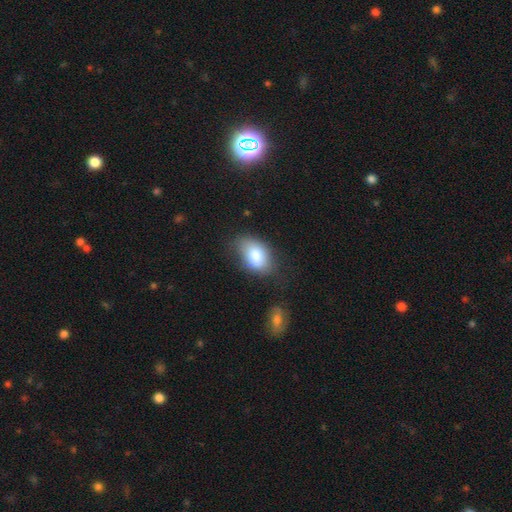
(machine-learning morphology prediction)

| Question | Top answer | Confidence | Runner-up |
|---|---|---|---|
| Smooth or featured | smooth | 81% | featured or disk (12%) |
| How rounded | in between | 88% | round (11%) |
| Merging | none | 59% | minor disturbance (28%) |